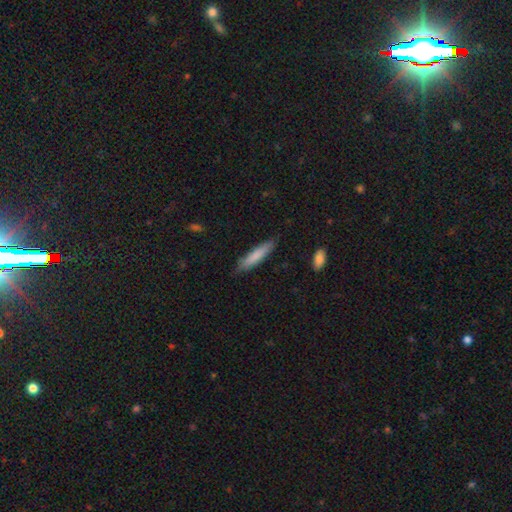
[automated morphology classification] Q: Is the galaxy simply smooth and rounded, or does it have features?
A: smooth — 79%.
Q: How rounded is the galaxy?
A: cigar-shaped — 87%.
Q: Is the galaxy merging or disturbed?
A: none — 85%.